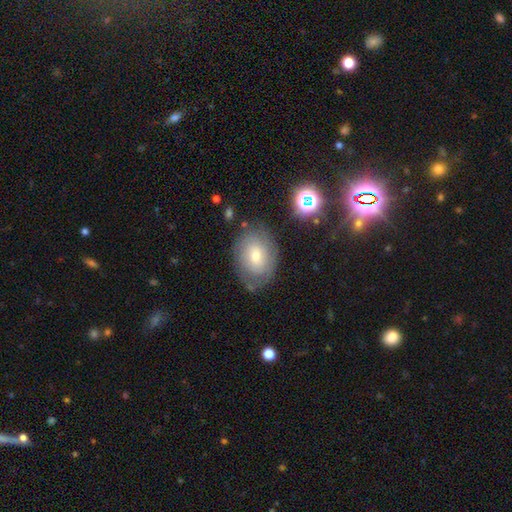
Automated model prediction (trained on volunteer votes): Smooth or featured? featured or disk (45%)
Merging? none (72%)